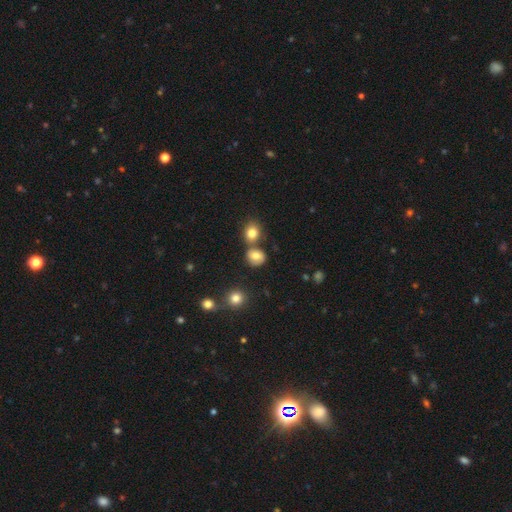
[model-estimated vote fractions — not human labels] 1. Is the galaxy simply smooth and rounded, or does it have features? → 76% smooth, 13% featured or disk, 12% star or artifact.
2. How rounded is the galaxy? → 65% round, 33% in between, 1% cigar-shaped.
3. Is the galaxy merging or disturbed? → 62% none, 20% merger, 13% minor disturbance, 5% major disturbance.